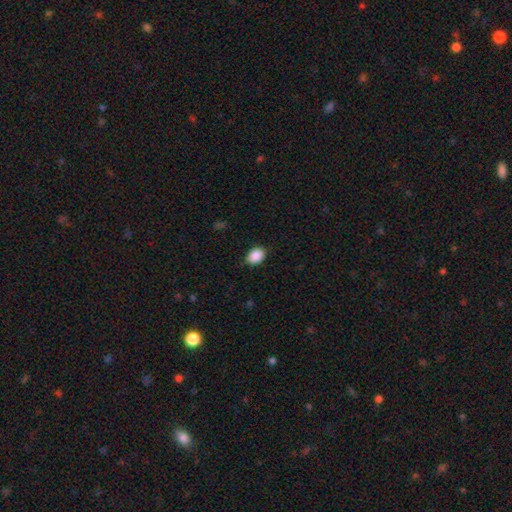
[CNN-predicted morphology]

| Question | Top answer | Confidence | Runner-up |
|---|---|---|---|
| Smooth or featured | smooth | 89% | star or artifact (8%) |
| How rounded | in between | 69% | round (30%) |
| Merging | none | 83% | minor disturbance (14%) |